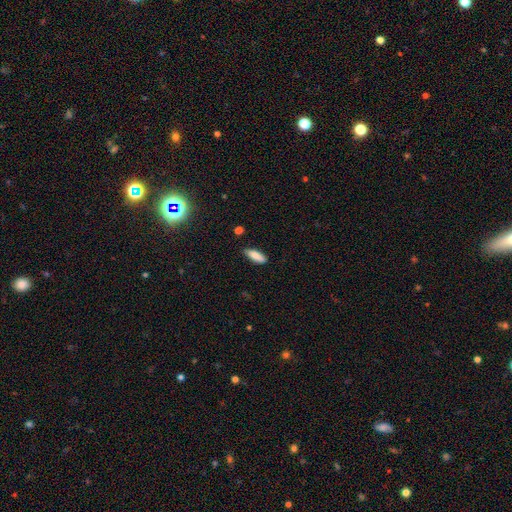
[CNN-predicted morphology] Smooth or featured?
  - smooth: 84% *
  - featured or disk: 9%
  - star or artifact: 7%
How rounded?
  - in between: 58% *
  - cigar-shaped: 40%
  - round: 2%
Merging?
  - none: 81% *
  - minor disturbance: 15%
  - major disturbance: 2%
  - merger: 2%